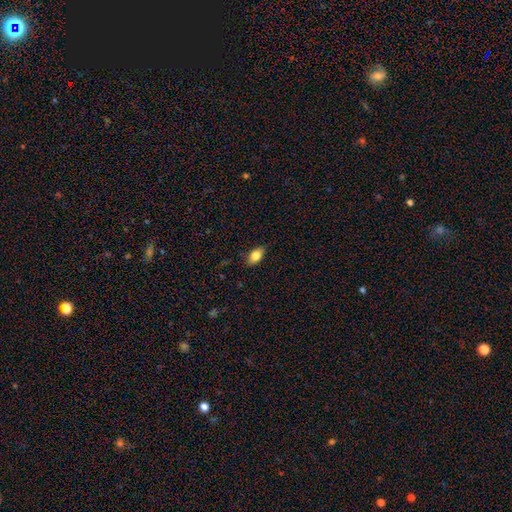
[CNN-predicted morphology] A smooth galaxy with no disk features (79%) that is in between round and cigar-shaped (86%). Merging: none (83%).